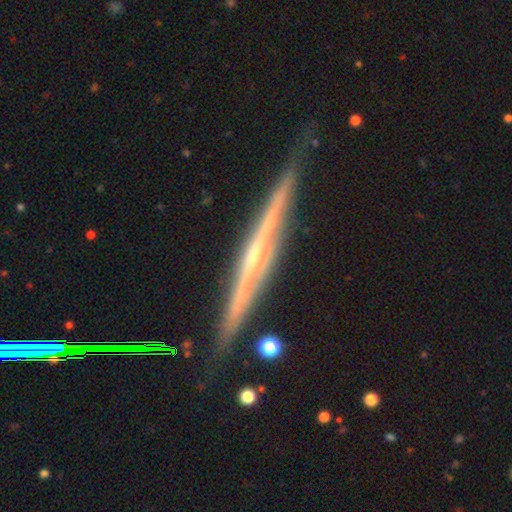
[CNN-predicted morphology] Smooth or featured? Predicted: featured or disk (p=0.83). Edge-on disk? Predicted: yes (p=0.98). Edge-on bulge? Predicted: rounded (p=0.48). Merging? Predicted: none (p=0.88).